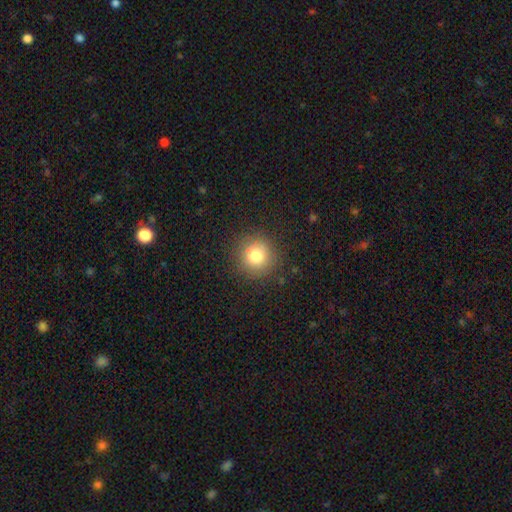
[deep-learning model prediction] smooth-or-featured: smooth: 79% | star or artifact: 12% | featured or disk: 9%
  how-rounded: round: 93% | in between: 6% | cigar-shaped: 1%
  merging: none: 88% | minor disturbance: 8% | major disturbance: 3% | merger: 1%